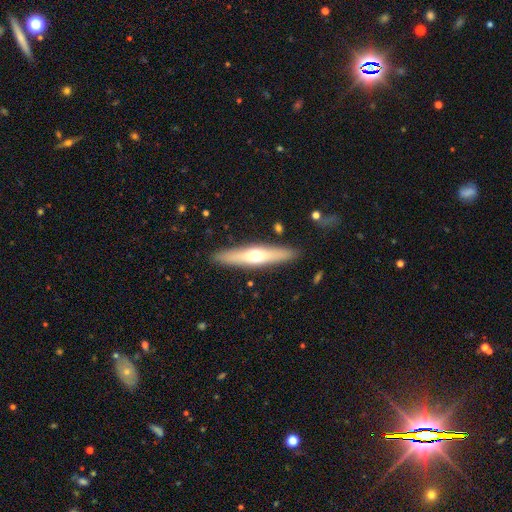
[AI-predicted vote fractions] Morphology: type=featured or disk (50%); edge-on=yes (88%); merging=none (89%).